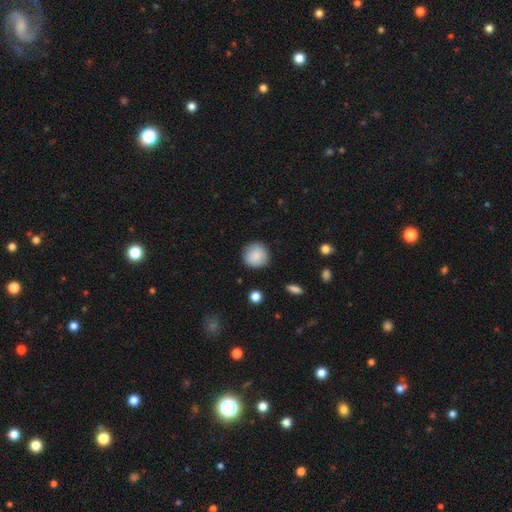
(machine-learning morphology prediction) Smooth or featured? smooth (87%)
How rounded? round (94%)
Merging? none (88%)